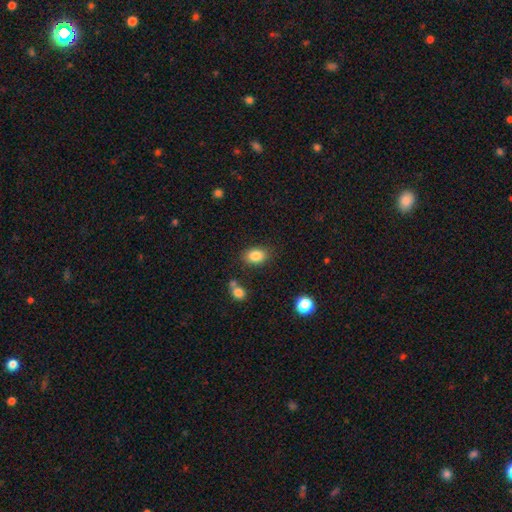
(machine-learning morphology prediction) smooth_or_featured: smooth (p=0.84) [alt: star or artifact p=0.10]
how_rounded: in between (p=0.77) [alt: round p=0.22]
merging: none (p=0.80) [alt: minor disturbance p=0.12]